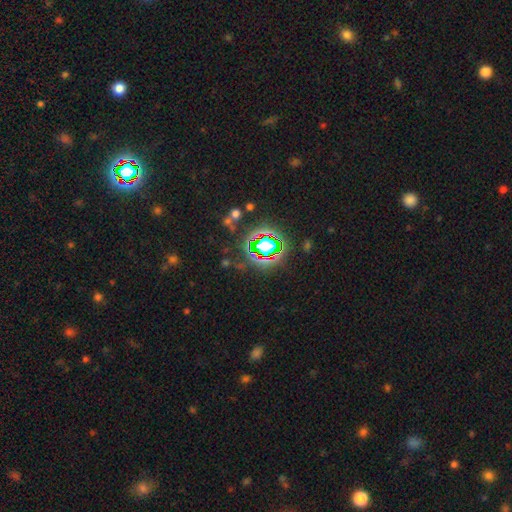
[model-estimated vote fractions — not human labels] smooth_or_featured: star or artifact (p=0.80) [alt: smooth p=0.11]